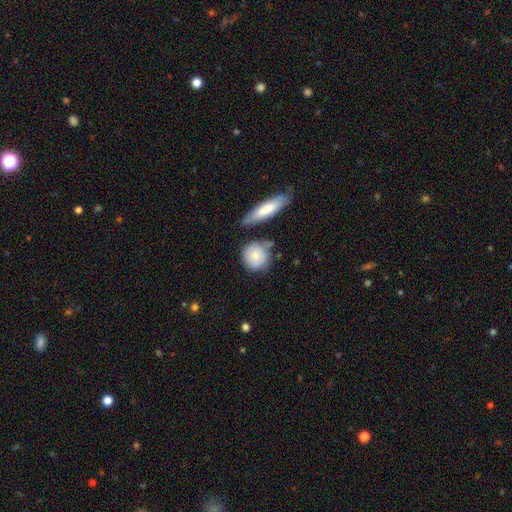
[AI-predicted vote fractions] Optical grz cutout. It shows a smooth galaxy with no disk features (76%) that is round (82%). Merging: none (61%).